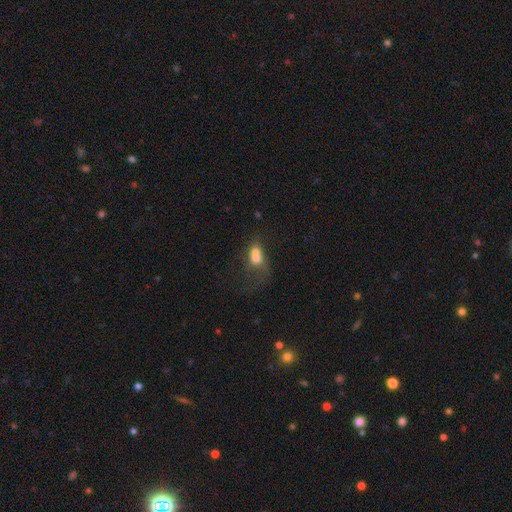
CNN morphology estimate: This appears to be a smooth galaxy with no disk features (63%) that is in between round and cigar-shaped (56%). Merging: merger (66%).